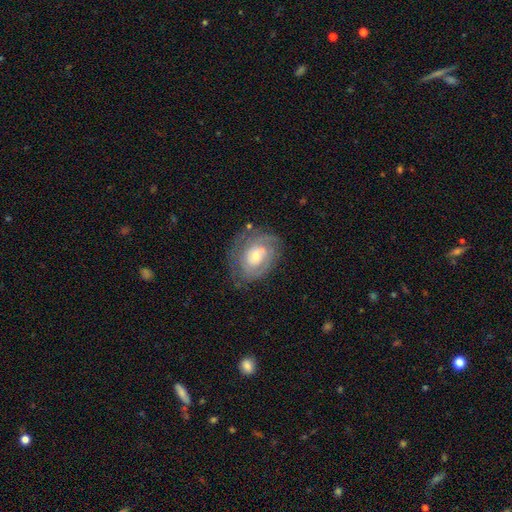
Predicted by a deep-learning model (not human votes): This is likely a featured or disk galaxy (69%). It is clearly not viewed edge-on (96%). Bar: likely no (73%). Spiral arm pattern: likely yes (76%). Spiral arm count: possibly can't tell (49%). Spiral winding: likely tight (67%). Central bulge: possibly moderate (47%). Merging: likely none (67%).